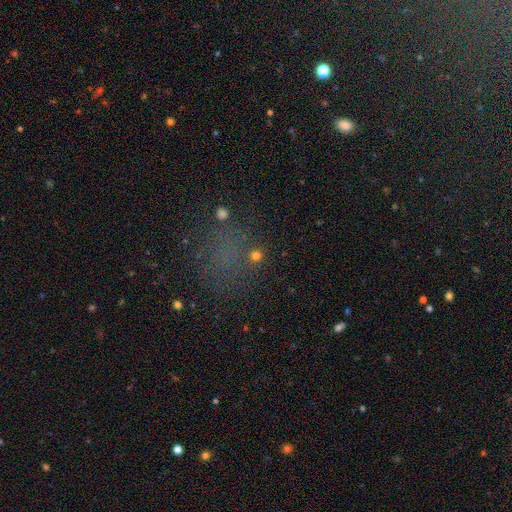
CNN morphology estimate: smooth 66%, star or artifact 27%, featured or disk 7%. Down the decision tree: how rounded — round (88%); merging — none (74%).